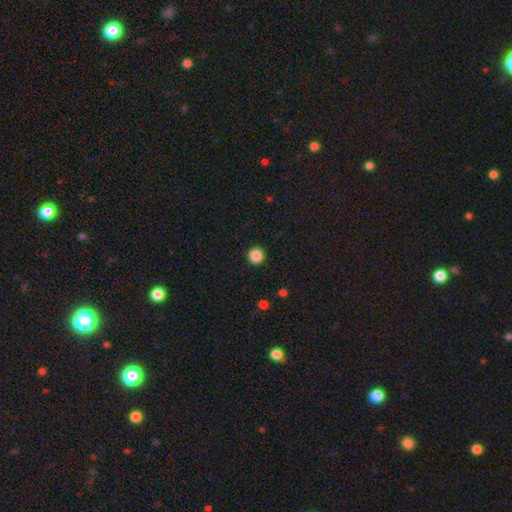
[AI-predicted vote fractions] The model was most divided on "smooth or featured": smooth: 87%, star or artifact: 10%, featured or disk: 3%. More confident: how rounded — round (96%); merging — none (93%).